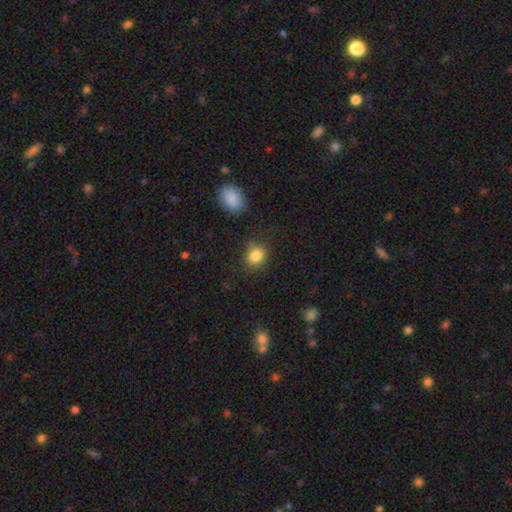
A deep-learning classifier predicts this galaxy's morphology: Smooth or featured? smooth (84%)
How rounded? round (69%)
Merging? none (76%)